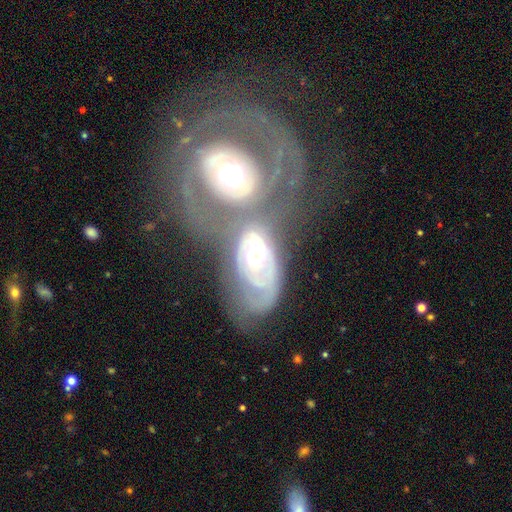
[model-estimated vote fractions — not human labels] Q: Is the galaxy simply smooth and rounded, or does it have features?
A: featured or disk — 79%.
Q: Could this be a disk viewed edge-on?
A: no — 95%.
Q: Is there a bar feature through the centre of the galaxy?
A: no — 77%.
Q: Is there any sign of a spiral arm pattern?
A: yes — 71%.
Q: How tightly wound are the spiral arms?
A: tight — 61%.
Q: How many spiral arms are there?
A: can't tell — 39%.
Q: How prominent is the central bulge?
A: moderate — 69%.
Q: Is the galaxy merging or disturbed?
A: merger — 57%.